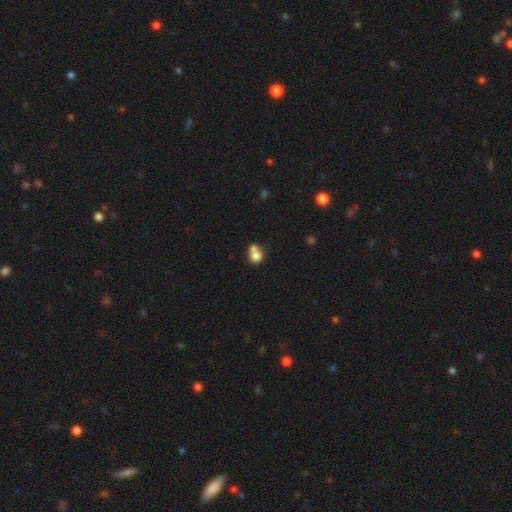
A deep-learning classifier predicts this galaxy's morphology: smooth-or-featured: smooth: 76% | featured or disk: 14% | star or artifact: 10%
  how-rounded: round: 75% | in between: 24% | cigar-shaped: 1%
  merging: merger: 56% | none: 31% | minor disturbance: 8% | major disturbance: 4%